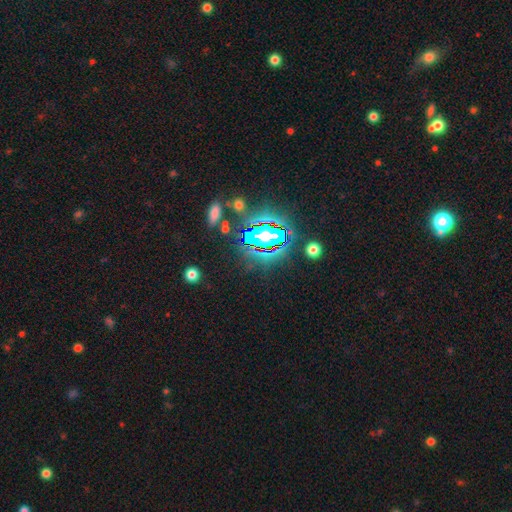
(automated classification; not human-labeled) Smooth or featured?
  - star or artifact: 83% *
  - smooth: 10%
  - featured or disk: 7%